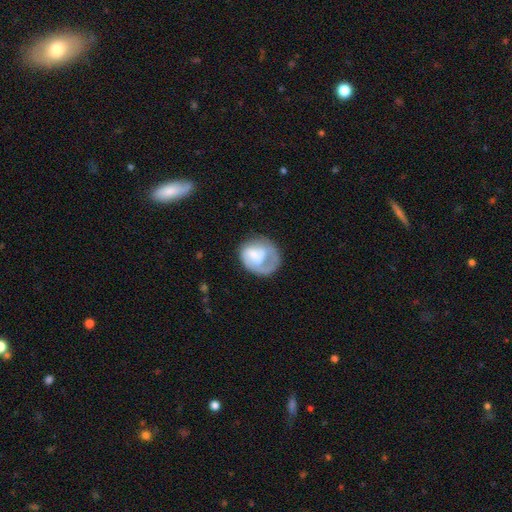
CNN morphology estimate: This appears to be a featured or disk galaxy (52%) with no bar (65%), spiral arms (68%) and no central bulge (32%). Merging: none (44%).